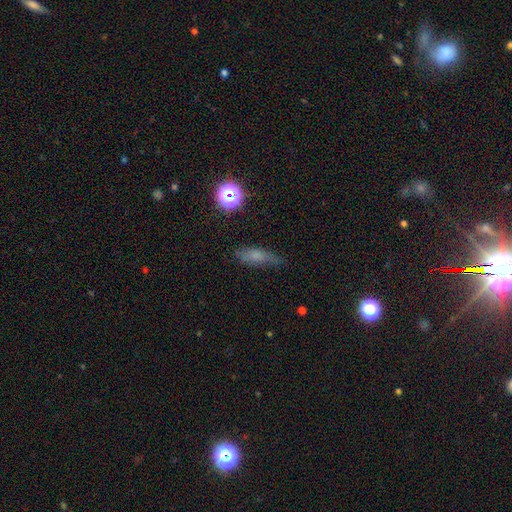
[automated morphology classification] Smooth or featured: smooth — 63% (featured or disk — 22%)
How rounded: in between — 49% (cigar-shaped — 45%)
Merging: none — 63% (minor disturbance — 26%)